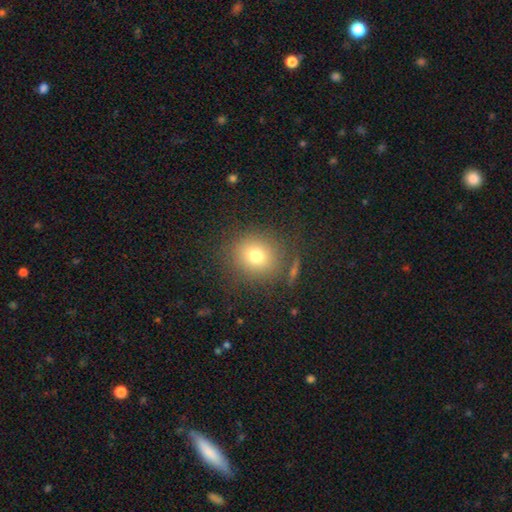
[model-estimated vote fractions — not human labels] Smooth or featured?
  - smooth: 74% *
  - star or artifact: 15%
  - featured or disk: 11%
How rounded?
  - round: 87% *
  - in between: 12%
  - cigar-shaped: 1%
Merging?
  - none: 84% *
  - minor disturbance: 9%
  - major disturbance: 4%
  - merger: 3%